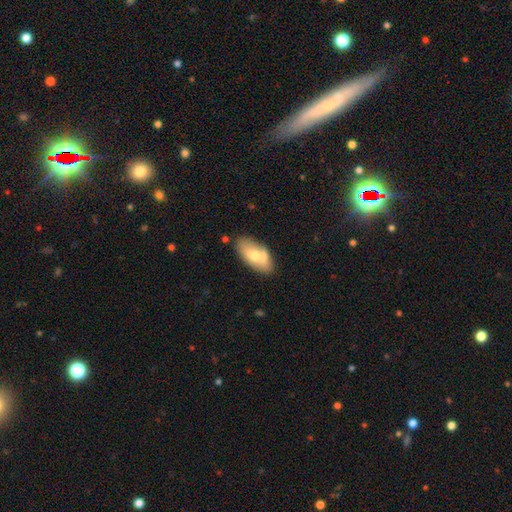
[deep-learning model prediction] smooth-or-featured: smooth: 65% | featured or disk: 28% | star or artifact: 6%
  how-rounded: in between: 91% | cigar-shaped: 6% | round: 3%
  merging: none: 60% | minor disturbance: 18% | merger: 17% | major disturbance: 5%